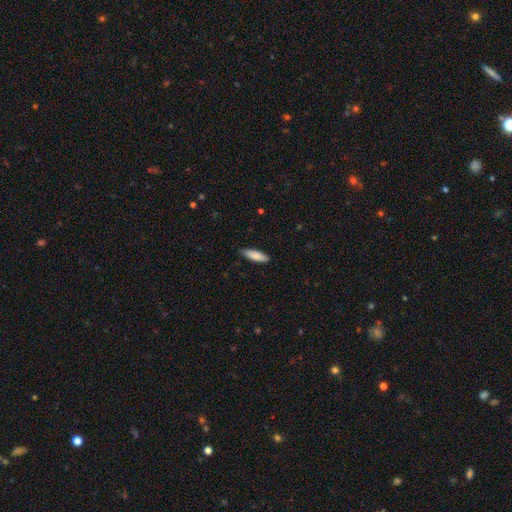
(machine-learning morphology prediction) Smooth or featured? smooth (84%)
How rounded? cigar-shaped (63%)
Merging? none (86%)